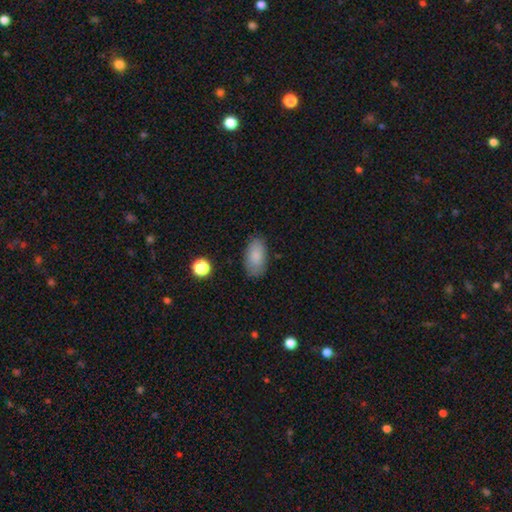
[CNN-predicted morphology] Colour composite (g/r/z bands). It shows a smooth galaxy with no disk features (84%) that is in between round and cigar-shaped (93%). Merging: none (82%).